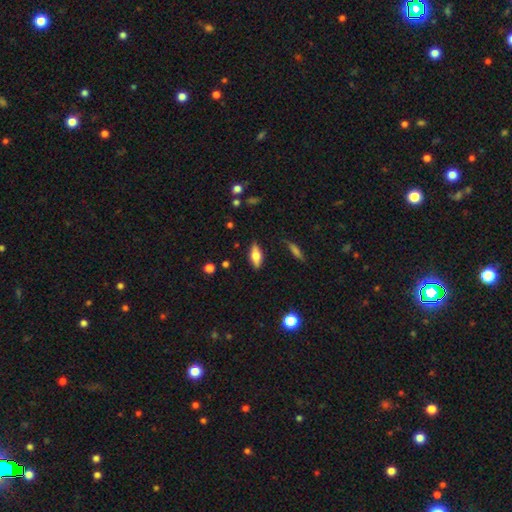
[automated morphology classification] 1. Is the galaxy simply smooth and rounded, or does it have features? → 58% smooth, 35% featured or disk, 8% star or artifact.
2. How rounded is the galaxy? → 70% in between, 27% cigar-shaped, 3% round.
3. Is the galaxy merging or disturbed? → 85% none, 11% minor disturbance, 3% major disturbance, 2% merger.